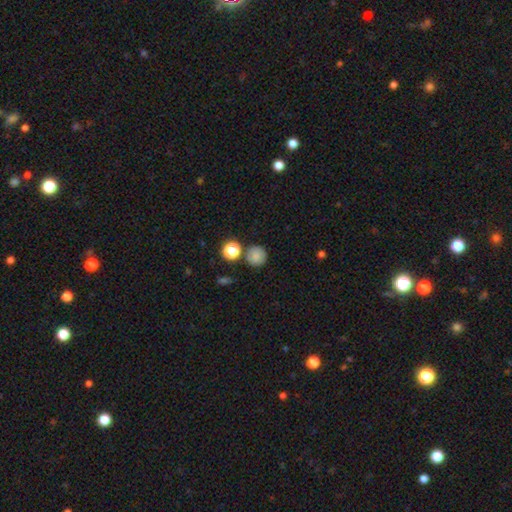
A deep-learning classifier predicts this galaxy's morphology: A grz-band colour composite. It shows a smooth galaxy with no disk features (82%) that is round (93%). Merging: none (76%).